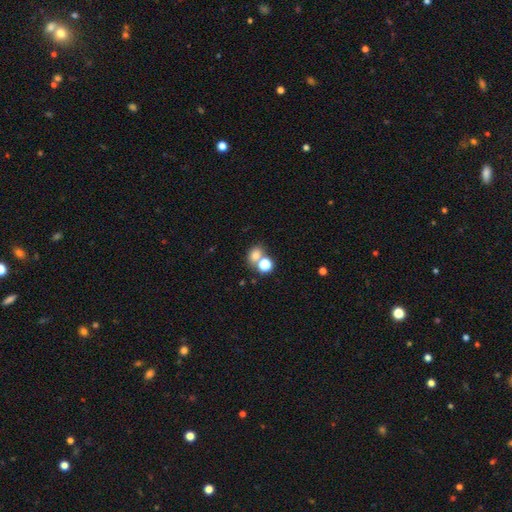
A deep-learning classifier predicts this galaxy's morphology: This appears to be a smooth galaxy with no disk features (73%) that is in between round and cigar-shaped (50%). Merging: none (49%).